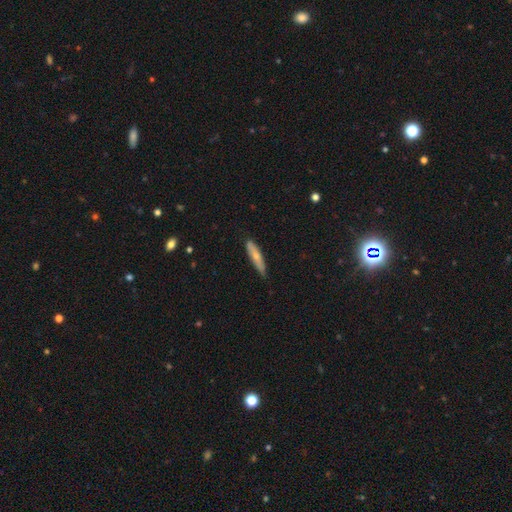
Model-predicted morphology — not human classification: A smooth galaxy with no disk features (64%) that is cigar-shaped (85%). Merging: none (78%).